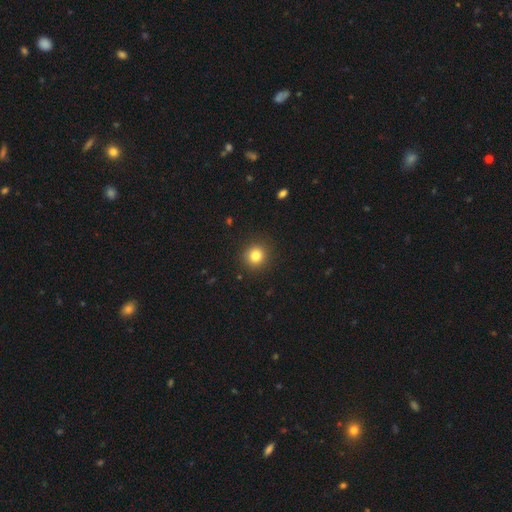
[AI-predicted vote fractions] smooth-or-featured: smooth: 82% | star or artifact: 12% | featured or disk: 6%
  how-rounded: round: 91% | in between: 8% | cigar-shaped: 1%
  merging: none: 91% | minor disturbance: 6% | major disturbance: 2% | merger: 1%